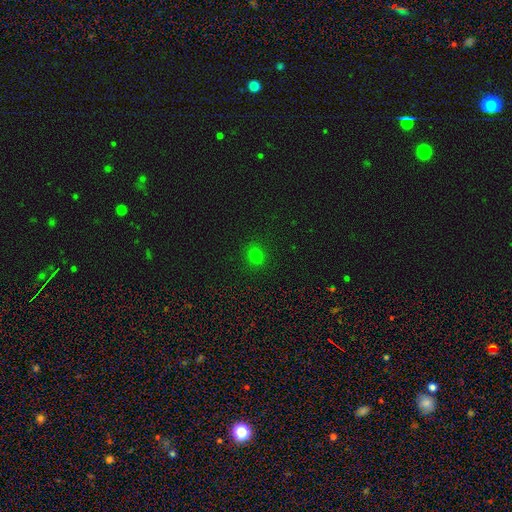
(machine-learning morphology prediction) This is likely a smooth galaxy (74%). How rounded: likely round (61%). Merging: clearly none (88%).